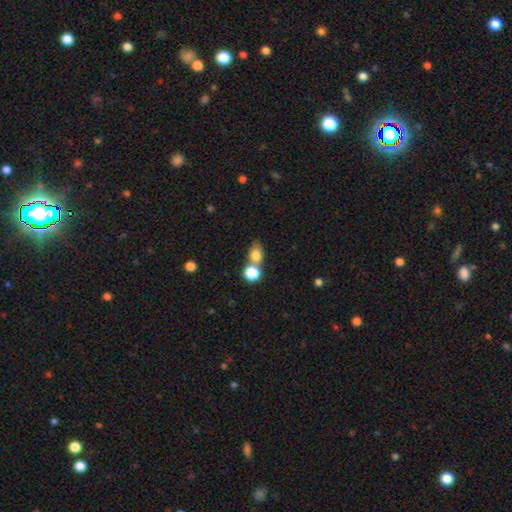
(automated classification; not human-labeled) Smooth or featured: smooth — 79% (star or artifact — 11%)
How rounded: in between — 51% (round — 47%)
Merging: merger — 45% (none — 41%)